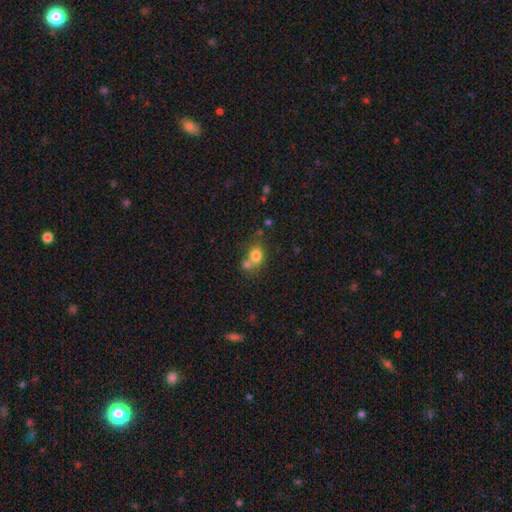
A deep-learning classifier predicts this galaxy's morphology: Overall: smooth (77%). How rounded: round (58%; in between 40%). Merging: merger (44%; none 41%).